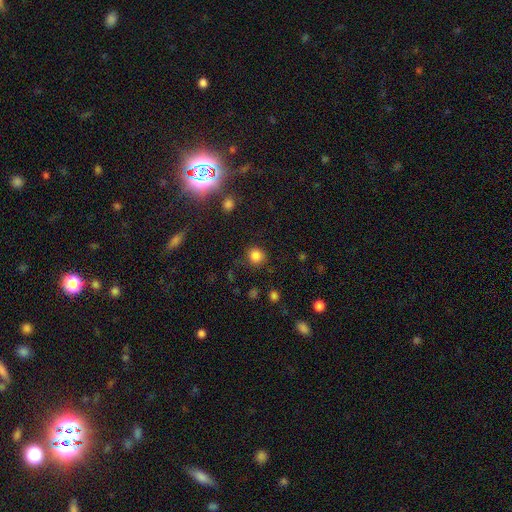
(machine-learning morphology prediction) A smooth galaxy with no disk features (83%) that is round (87%). Merging: none (84%).